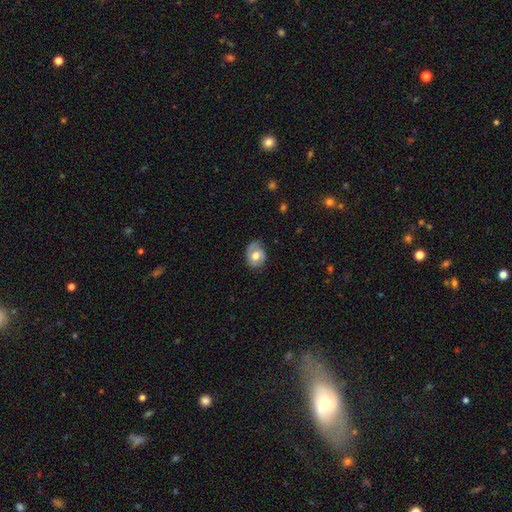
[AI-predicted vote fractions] Smooth or featured?
  - smooth: 48% *
  - featured or disk: 45%
  - star or artifact: 7%
Merging?
  - none: 61% *
  - minor disturbance: 27%
  - major disturbance: 10%
  - merger: 1%